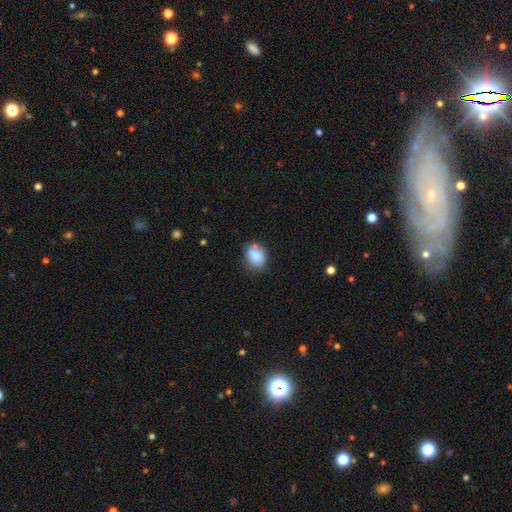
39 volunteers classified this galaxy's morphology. Q: Smooth or featured?
A: smooth (87%); runner-up: star or artifact (8%)
Q: How rounded?
A: in between (62%); runner-up: round (38%)
Q: Merging?
A: none (75%); runner-up: minor disturbance (17%)